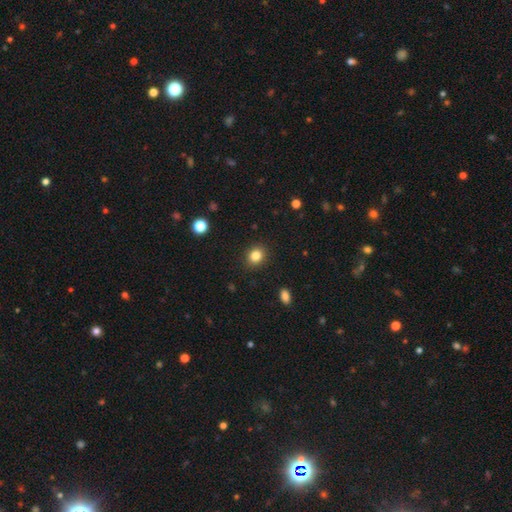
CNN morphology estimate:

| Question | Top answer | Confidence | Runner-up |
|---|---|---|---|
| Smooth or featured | smooth | 84% | star or artifact (11%) |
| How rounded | round | 65% | in between (34%) |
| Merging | none | 90% | minor disturbance (7%) |